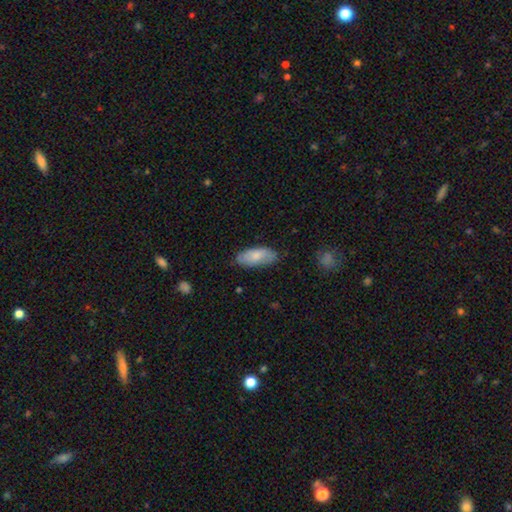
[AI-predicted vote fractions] smooth_or_featured: smooth (p=0.78) [alt: featured or disk p=0.16]
how_rounded: in between (p=0.86) [alt: cigar-shaped p=0.12]
merging: none (p=0.76) [alt: minor disturbance p=0.19]